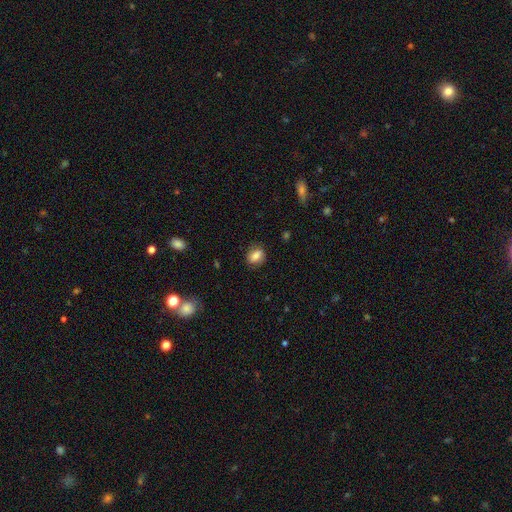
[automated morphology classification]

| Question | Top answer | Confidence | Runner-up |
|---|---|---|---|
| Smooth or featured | smooth | 79% | featured or disk (12%) |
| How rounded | in between | 62% | round (37%) |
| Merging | none | 81% | minor disturbance (14%) |